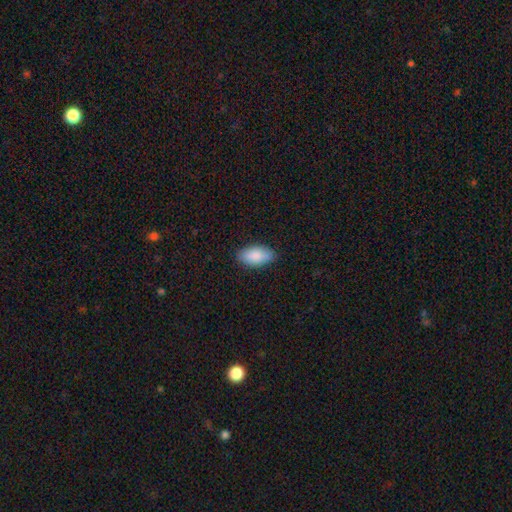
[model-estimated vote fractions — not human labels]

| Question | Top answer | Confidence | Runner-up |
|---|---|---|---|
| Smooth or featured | smooth | 88% | featured or disk (6%) |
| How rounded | in between | 94% | cigar-shaped (4%) |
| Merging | none | 86% | minor disturbance (11%) |